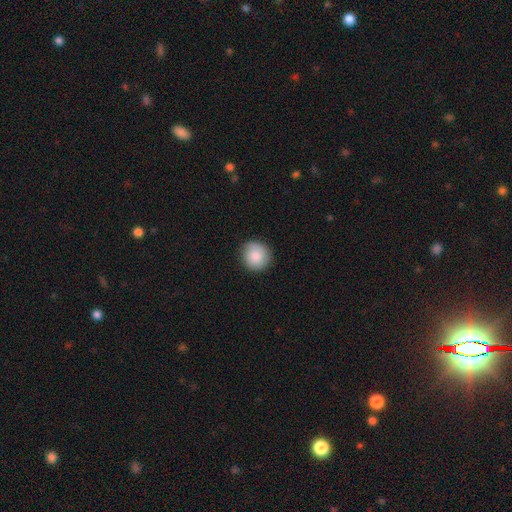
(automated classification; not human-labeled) Smooth or featured? smooth (86%)
How rounded? round (93%)
Merging? none (87%)